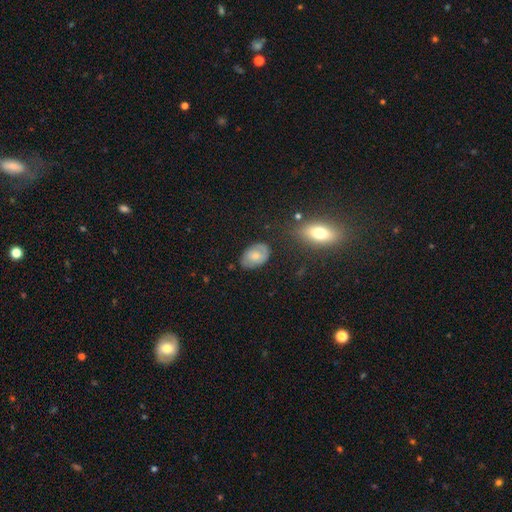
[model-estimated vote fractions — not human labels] A smooth galaxy with no disk features (58%) that is in between round and cigar-shaped (83%). Merging: none (66%).